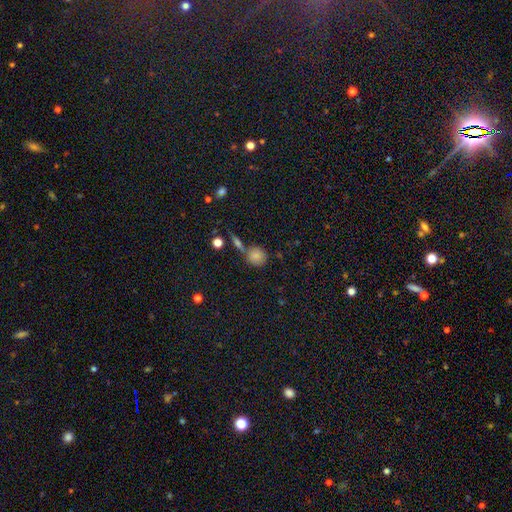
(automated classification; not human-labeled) Smooth or featured? Predicted: smooth (p=0.81). How rounded? Predicted: round (p=0.84). Merging? Predicted: none (p=0.63).